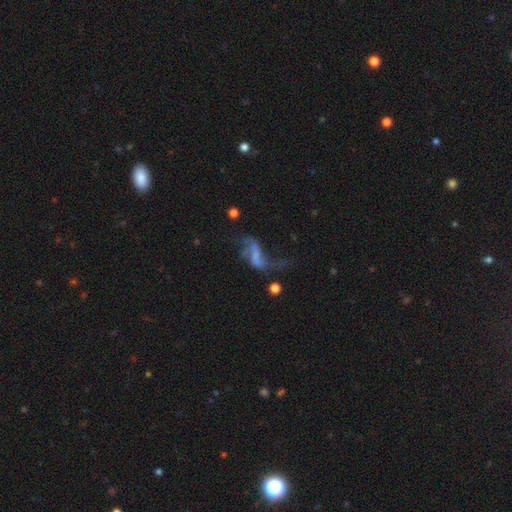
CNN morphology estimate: Smooth or featured?
  - featured or disk: 64% *
  - smooth: 23%
  - star or artifact: 14%
Edge-on disk?
  - no: 94% *
  - yes: 6%
Bar?
  - no: 47% *
  - weak: 32%
  - strong: 21%
Spiral arms?
  - yes: 67% *
  - no: 33%
Bulge size?
  - none: 70% *
  - small: 17%
  - moderate: 8%
  - large: 3%
  - dominant: 2%
Merging?
  - major disturbance: 43% *
  - none: 30%
  - minor disturbance: 16%
  - merger: 12%